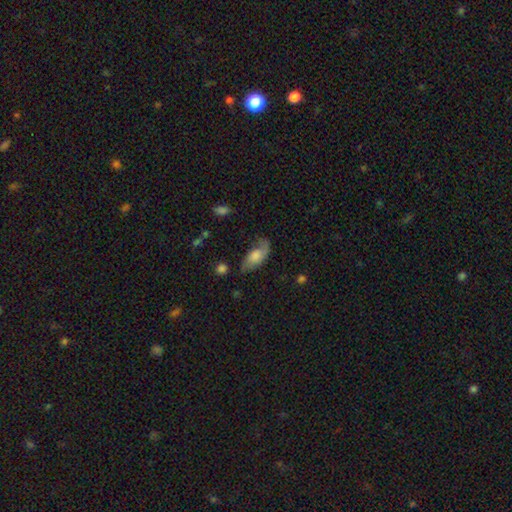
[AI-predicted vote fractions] The model was most divided on "smooth or featured": featured or disk: 51%, smooth: 42%, star or artifact: 7%. More confident: edge-on disk — no (88%); merging — none (55%).